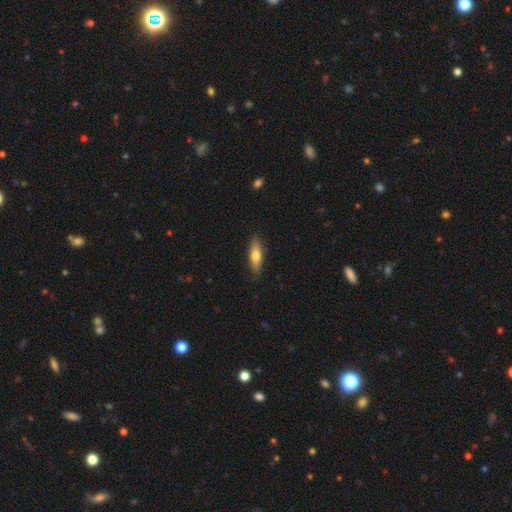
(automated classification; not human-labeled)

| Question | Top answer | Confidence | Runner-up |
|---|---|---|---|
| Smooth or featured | smooth | 70% | featured or disk (24%) |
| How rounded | cigar-shaped | 52% | in between (45%) |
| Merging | none | 87% | minor disturbance (10%) |